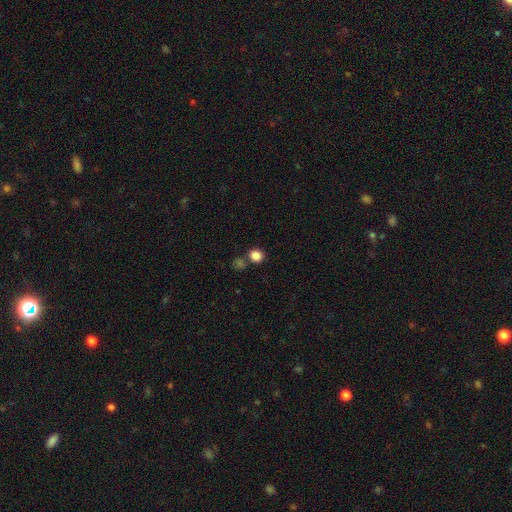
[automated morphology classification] smooth 84%, star or artifact 12%, featured or disk 4%. Down the decision tree: how rounded — round (85%); merging — none (72%).